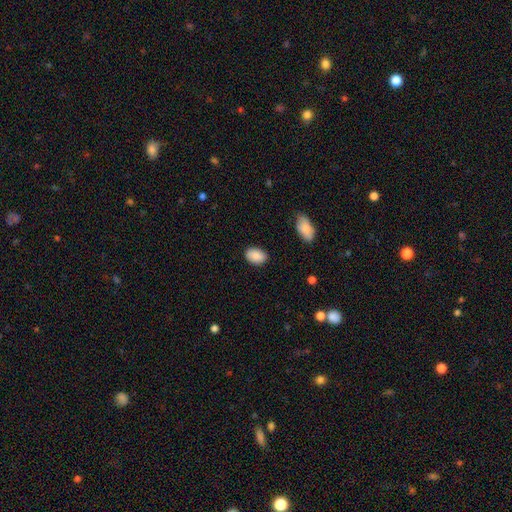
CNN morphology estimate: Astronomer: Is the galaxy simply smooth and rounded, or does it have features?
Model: smooth — 89%.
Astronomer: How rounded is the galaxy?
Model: in between — 87%.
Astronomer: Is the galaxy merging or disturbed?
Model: none — 86%.